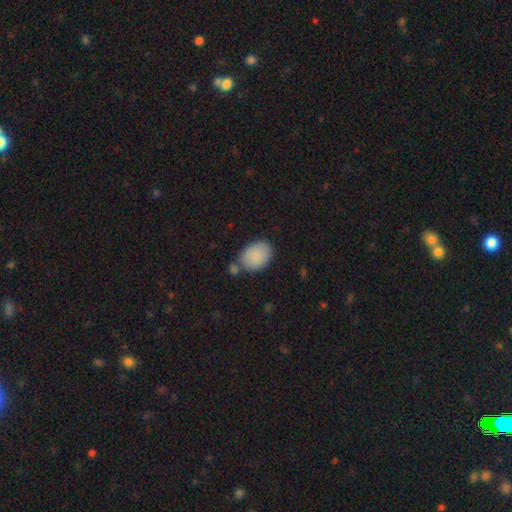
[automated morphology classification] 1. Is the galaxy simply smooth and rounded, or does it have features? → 89% smooth, 6% star or artifact, 5% featured or disk.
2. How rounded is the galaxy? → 77% in between, 22% round, 1% cigar-shaped.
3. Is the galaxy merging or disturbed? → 65% none, 16% minor disturbance, 14% merger, 5% major disturbance.